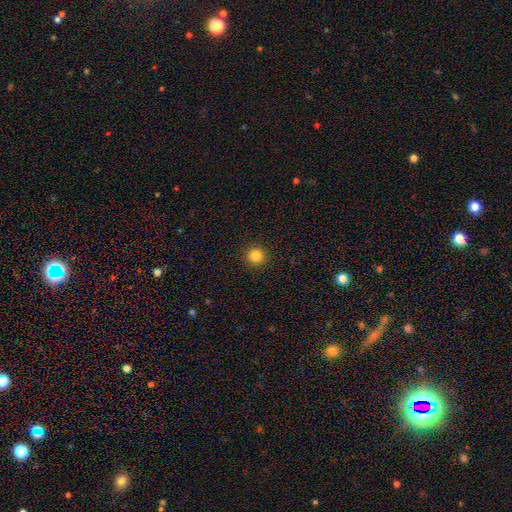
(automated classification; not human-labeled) Smooth or featured? Predicted: smooth (p=0.84). How rounded? Predicted: round (p=0.95). Merging? Predicted: none (p=0.93).